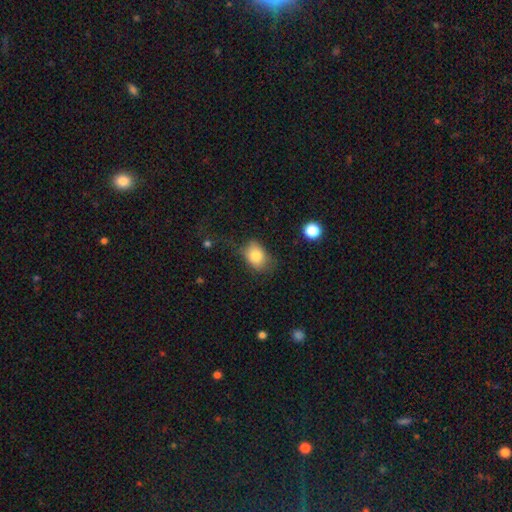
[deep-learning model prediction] A smooth galaxy with no disk features (80%) that is in between round and cigar-shaped (69%). Merging: none (58%).